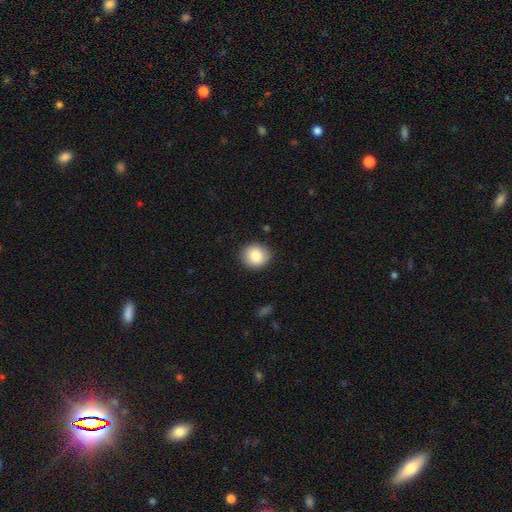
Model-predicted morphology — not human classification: Q: Smooth or featured?
A: smooth (85%); runner-up: star or artifact (8%)
Q: How rounded?
A: round (79%); runner-up: in between (20%)
Q: Merging?
A: none (89%); runner-up: minor disturbance (8%)